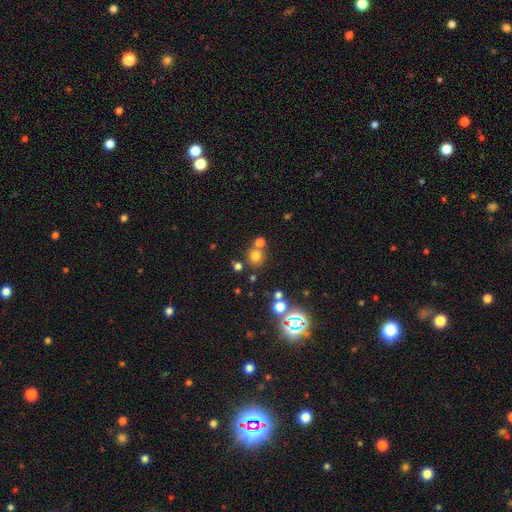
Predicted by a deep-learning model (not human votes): smooth_or_featured: smooth (p=0.69) [alt: star or artifact p=0.22]
how_rounded: round (p=0.89) [alt: in between p=0.10]
merging: none (p=0.65) [alt: merger p=0.25]